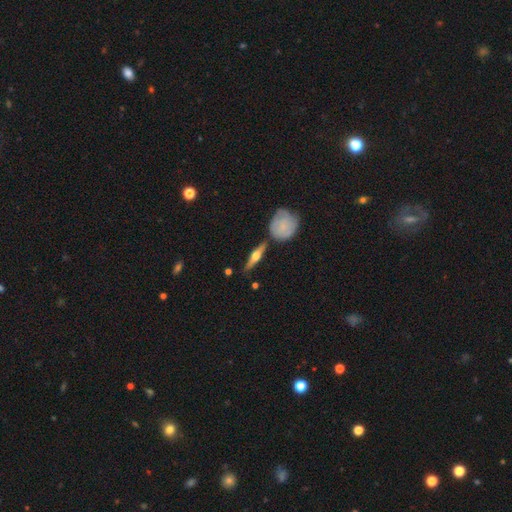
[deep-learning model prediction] Smooth or featured?
  - featured or disk: 67% *
  - smooth: 27%
  - star or artifact: 6%
Edge-on disk?
  - yes: 95% *
  - no: 5%
Edge-on bulge?
  - rounded: 94% *
  - boxy: 4%
  - none: 2%
Merging?
  - none: 79% *
  - minor disturbance: 11%
  - merger: 7%
  - major disturbance: 3%